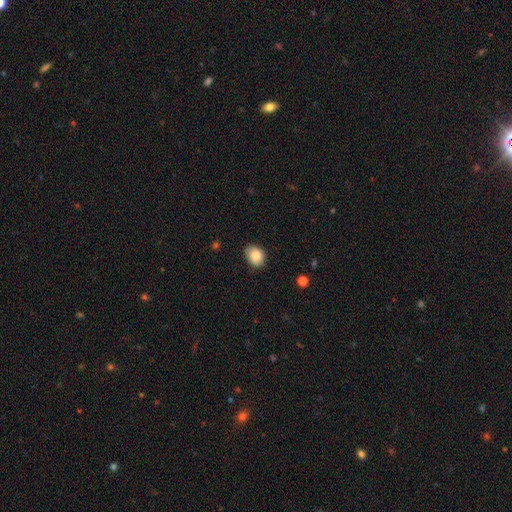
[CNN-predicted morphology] Overall: smooth (86%). How rounded: in between (61%; round 38%). Merging: none (75%).